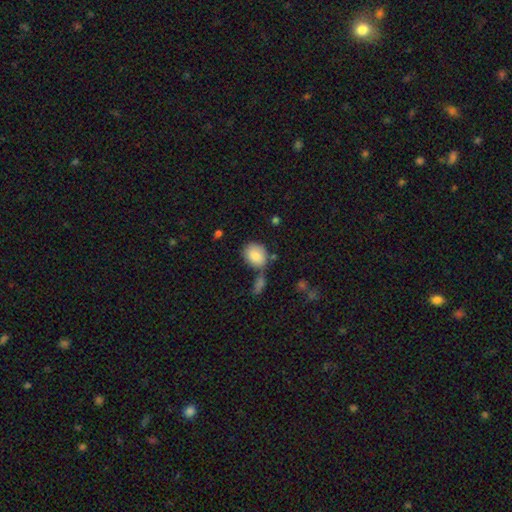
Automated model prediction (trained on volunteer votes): Morphology: type=smooth (84%); roundness=in between (50%); merging=none (58%).